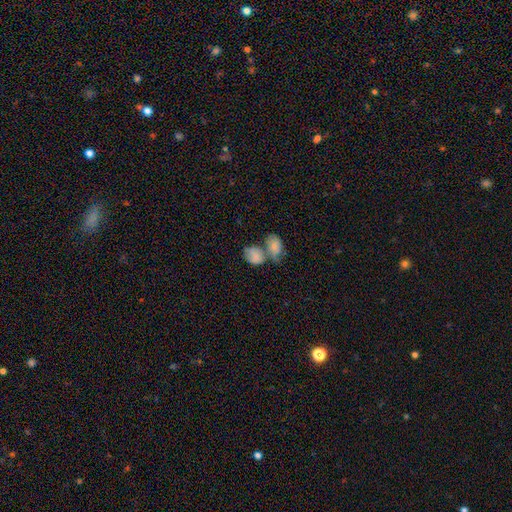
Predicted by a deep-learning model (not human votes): Smooth or featured: smooth — 76% (featured or disk — 17%)
How rounded: in between — 75% (round — 23%)
Merging: merger — 63% (none — 19%)